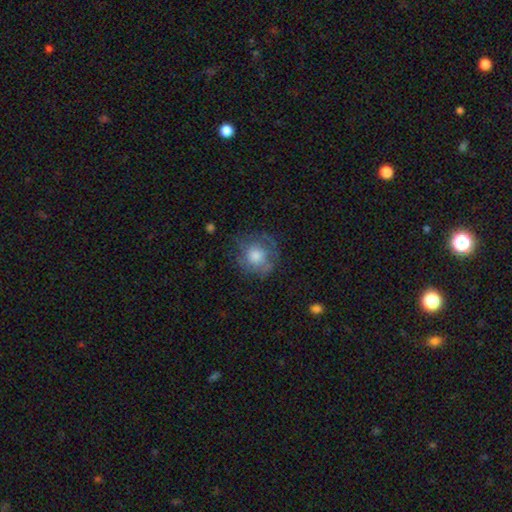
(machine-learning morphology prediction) type=smooth (58%); roundness=round (88%); merging=none (66%).